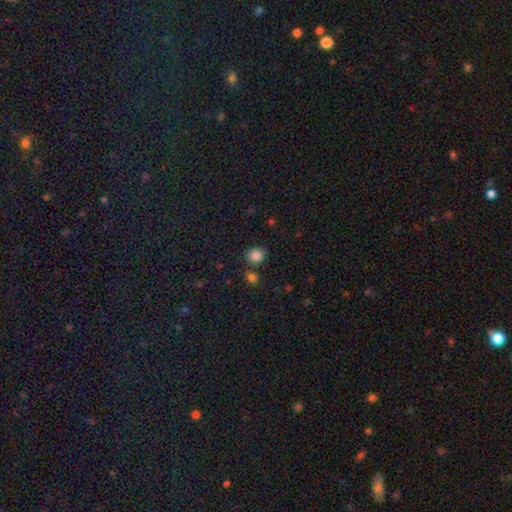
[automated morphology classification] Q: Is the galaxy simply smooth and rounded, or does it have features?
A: smooth — 85%.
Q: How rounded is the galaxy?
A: round — 78%.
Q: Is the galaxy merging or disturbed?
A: none — 78%.